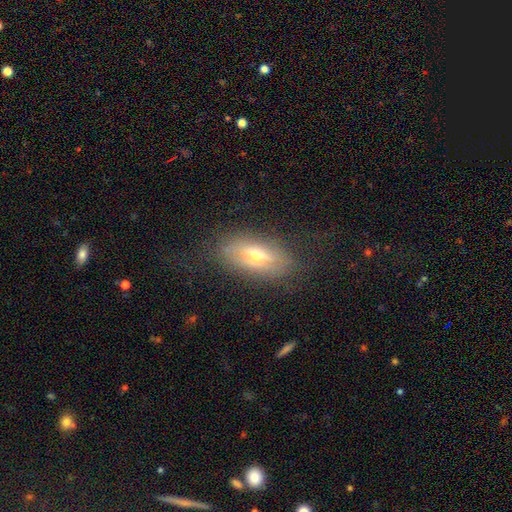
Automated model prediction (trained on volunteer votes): A smooth galaxy with no disk features (50%) that is in between round and cigar-shaped (75%).

Vote fractions:
- Smooth or featured? smooth: 50% / featured or disk: 40% / star or artifact: 10%
- How rounded? in between: 75% / cigar-shaped: 20% / round: 6%
- Merging? none: 77% / minor disturbance: 15% / major disturbance: 7% / merger: 1%